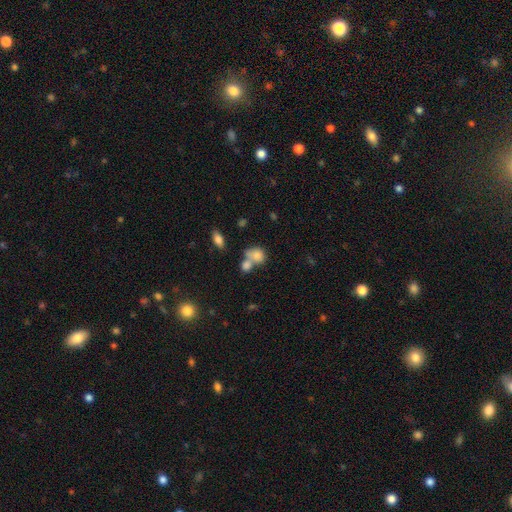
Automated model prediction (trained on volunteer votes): A smooth galaxy with no disk features (79%) that is in between round and cigar-shaped (55%).

Vote fractions:
- Smooth or featured? smooth: 79% / featured or disk: 11% / star or artifact: 10%
- How rounded? in between: 55% / round: 43% / cigar-shaped: 2%
- Merging? merger: 53% / none: 30% / minor disturbance: 11% / major disturbance: 7%